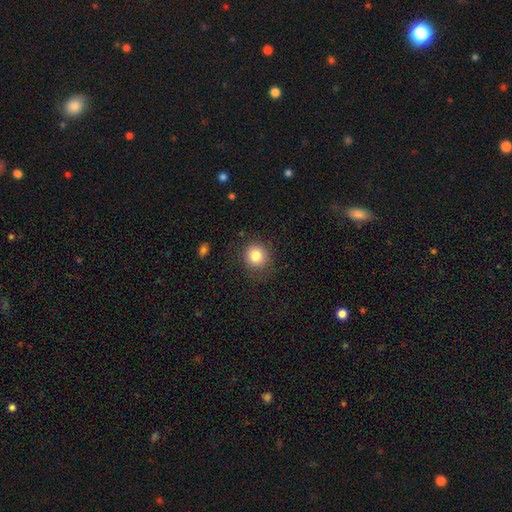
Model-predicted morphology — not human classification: smooth-or-featured: smooth: 83% | star or artifact: 11% | featured or disk: 7%
  how-rounded: round: 89% | in between: 10% | cigar-shaped: 1%
  merging: none: 85% | minor disturbance: 10% | major disturbance: 4% | merger: 1%